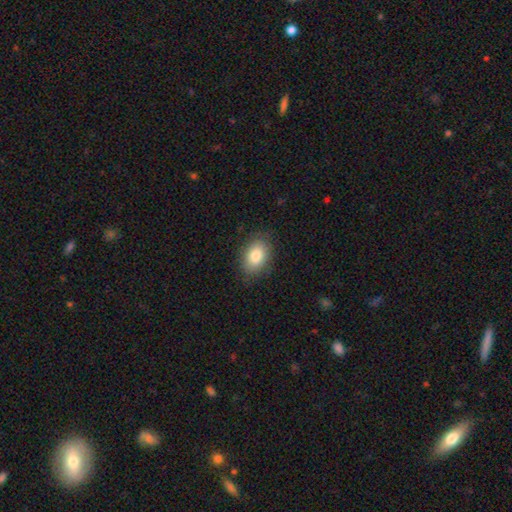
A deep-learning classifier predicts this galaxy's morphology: Smooth or featured: smooth — 83% (featured or disk — 9%)
How rounded: in between — 82% (round — 17%)
Merging: none — 84% (minor disturbance — 12%)